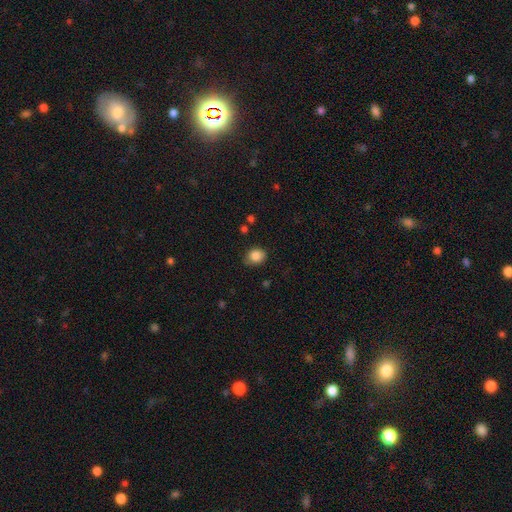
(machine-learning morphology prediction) Smooth or featured?
  - smooth: 86% *
  - star or artifact: 9%
  - featured or disk: 5%
How rounded?
  - round: 63% *
  - in between: 37%
  - cigar-shaped: 1%
Merging?
  - none: 74% *
  - minor disturbance: 20%
  - major disturbance: 4%
  - merger: 2%